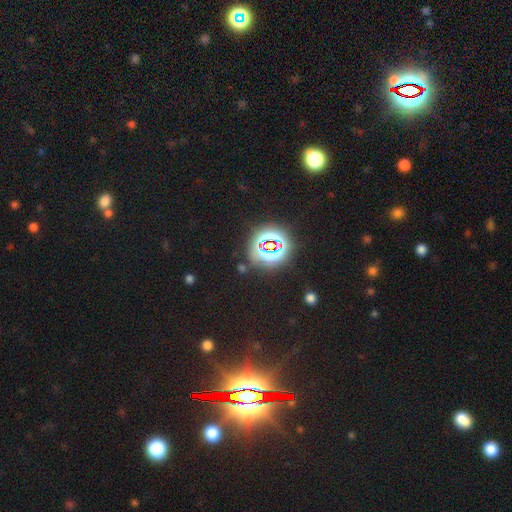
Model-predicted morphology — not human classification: smooth-or-featured: star or artifact: 73% | smooth: 18% | featured or disk: 10%